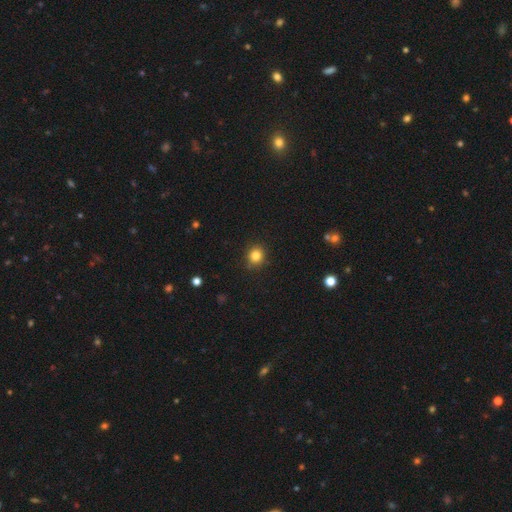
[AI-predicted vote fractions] Smooth or featured: smooth — 83% (star or artifact — 12%)
How rounded: round — 87% (in between — 12%)
Merging: none — 89% (minor disturbance — 8%)